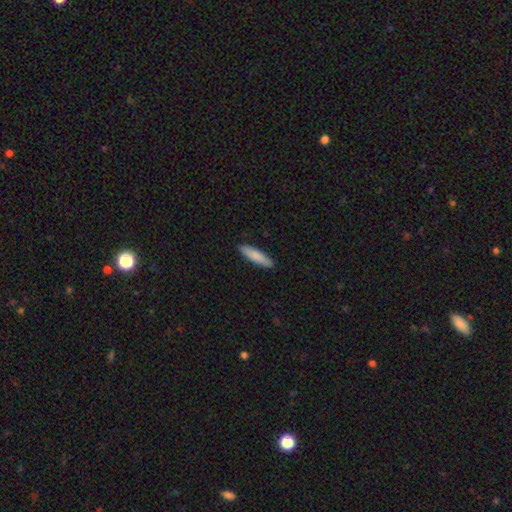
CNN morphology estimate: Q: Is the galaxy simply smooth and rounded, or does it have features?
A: smooth — 85%.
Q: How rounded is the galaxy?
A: cigar-shaped — 73%.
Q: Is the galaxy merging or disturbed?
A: none — 90%.